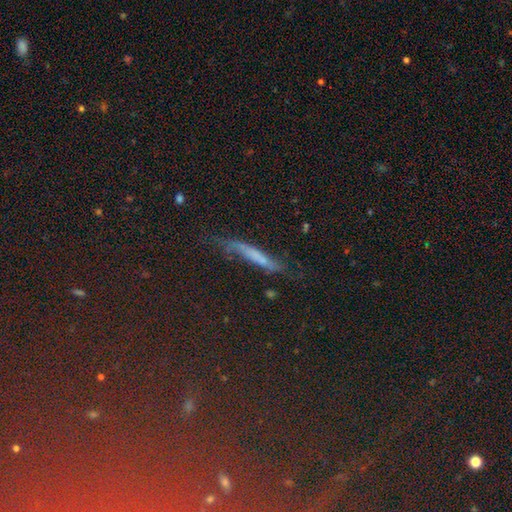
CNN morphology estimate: A smooth galaxy with no disk features (39%). Merging: none (57%).